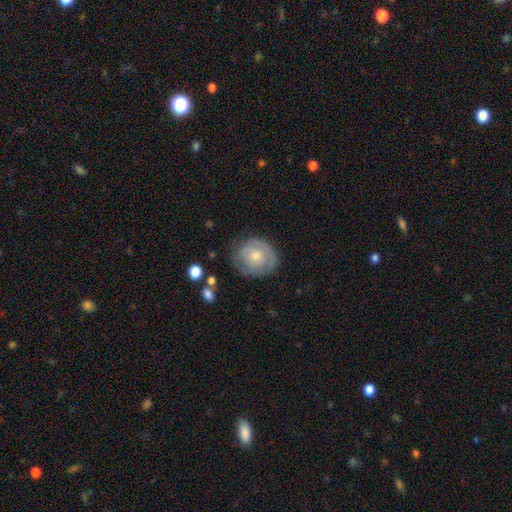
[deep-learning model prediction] This appears to be a featured or disk galaxy (50%). Merging: none (68%).